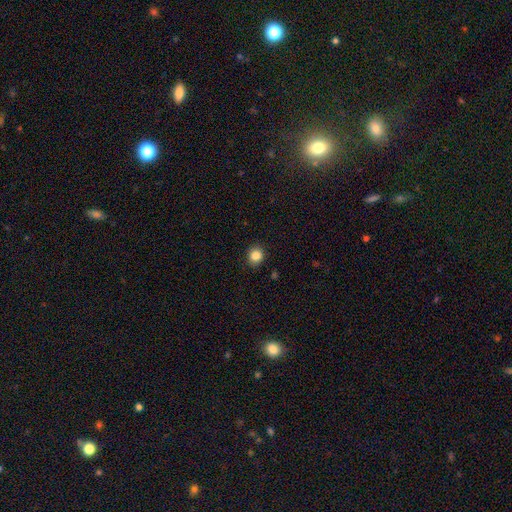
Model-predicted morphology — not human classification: smooth 85%, star or artifact 10%, featured or disk 5%. Down the decision tree: how rounded — round (80%); merging — none (91%).